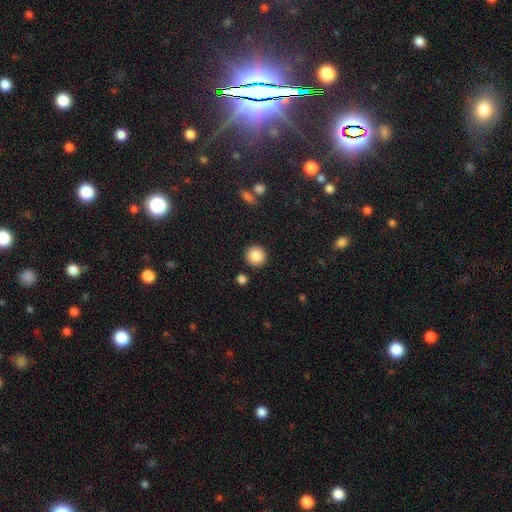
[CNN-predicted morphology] Overall: smooth (87%). How rounded: round (94%). Merging: none (90%).